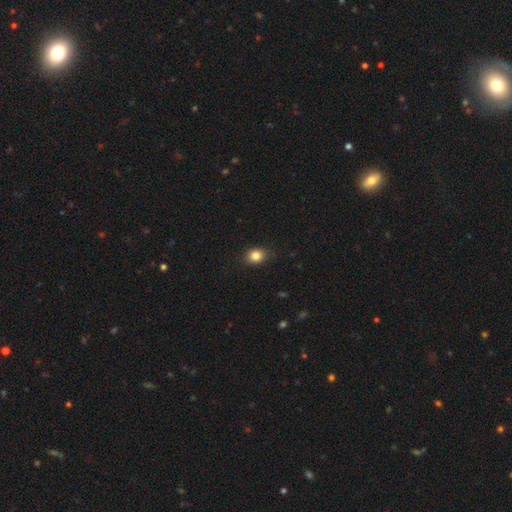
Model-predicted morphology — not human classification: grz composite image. It shows a smooth galaxy with no disk features (84%) that is round (52%). Merging: none (85%).